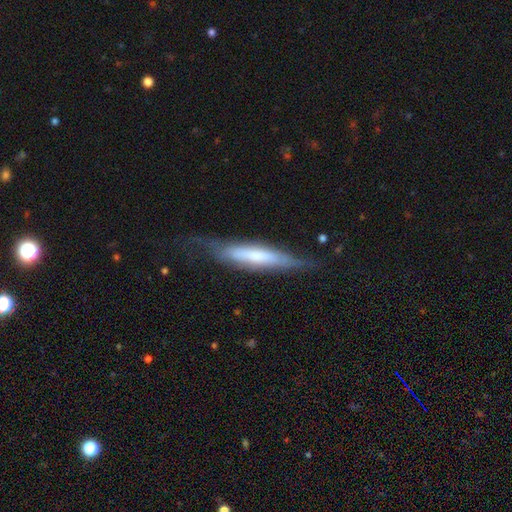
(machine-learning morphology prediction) Smooth or featured? featured or disk (48%)
Merging? none (57%)